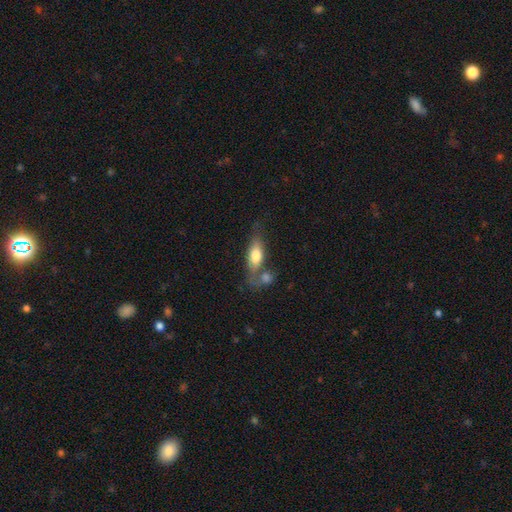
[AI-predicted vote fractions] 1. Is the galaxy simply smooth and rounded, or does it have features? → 69% smooth, 24% featured or disk, 6% star or artifact.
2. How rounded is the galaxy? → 75% in between, 21% cigar-shaped, 4% round.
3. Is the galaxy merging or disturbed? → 38% none, 36% merger, 16% minor disturbance, 9% major disturbance.